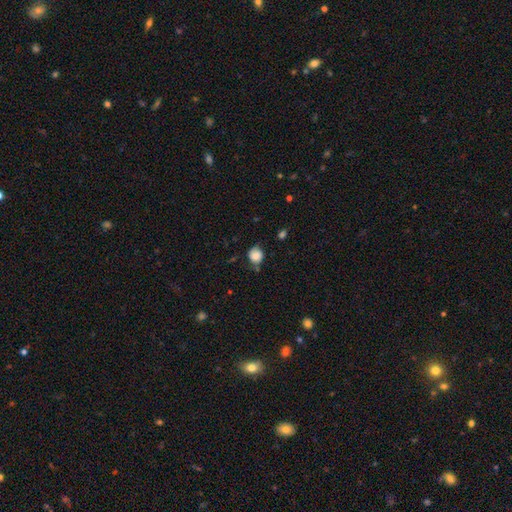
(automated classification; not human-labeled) Smooth or featured?
  - smooth: 74% *
  - featured or disk: 16%
  - star or artifact: 10%
How rounded?
  - round: 74% *
  - in between: 25%
  - cigar-shaped: 1%
Merging?
  - none: 58% *
  - minor disturbance: 29%
  - major disturbance: 9%
  - merger: 4%